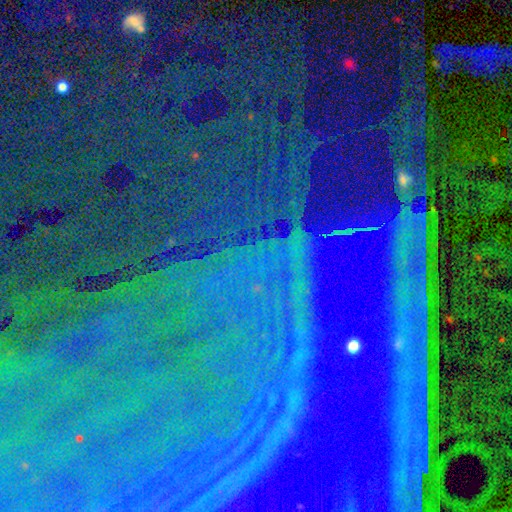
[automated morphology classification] Overall: star or artifact (85%).